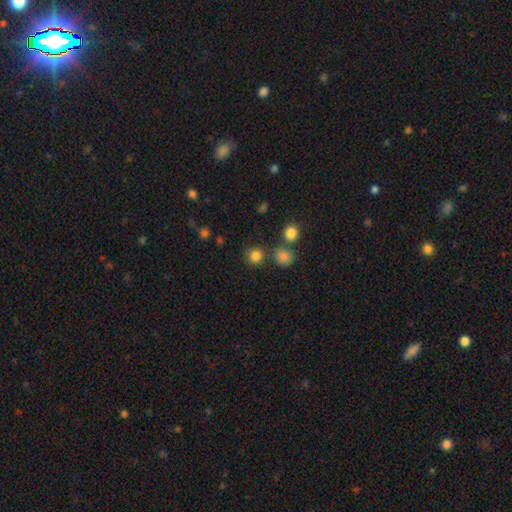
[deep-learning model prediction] This appears to be a smooth galaxy with no disk features (82%) that is round (88%). Merging: none (74%).